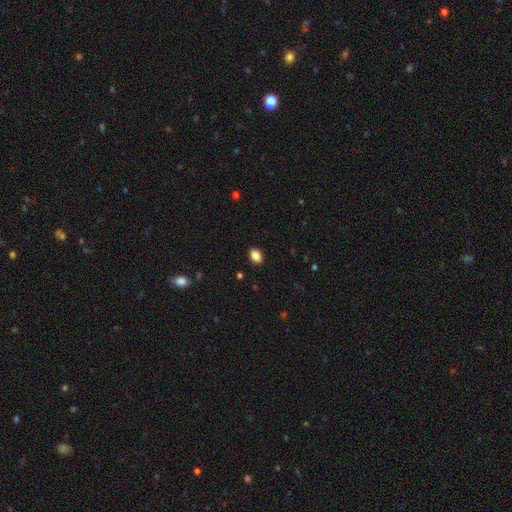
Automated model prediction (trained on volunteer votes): Smooth or featured?
  - smooth: 87% *
  - star or artifact: 9%
  - featured or disk: 4%
How rounded?
  - in between: 71% *
  - round: 28%
  - cigar-shaped: 1%
Merging?
  - none: 90% *
  - minor disturbance: 7%
  - major disturbance: 2%
  - merger: 1%